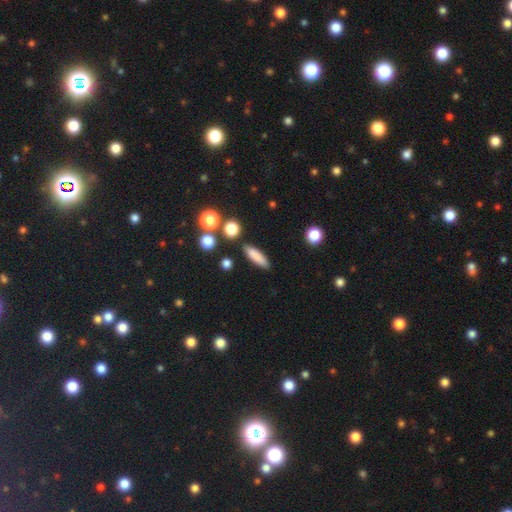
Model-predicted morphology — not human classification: This is clearly a smooth galaxy (83%). How rounded: likely cigar-shaped (67%). Merging: clearly none (85%).